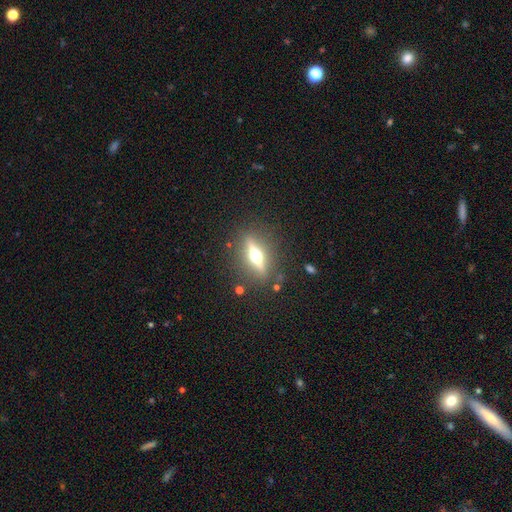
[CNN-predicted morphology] A featured or disk galaxy (73%) viewed edge-on (92%) with a rounded central bulge (95%).

Vote fractions:
- Smooth or featured? featured or disk: 73% / smooth: 19% / star or artifact: 8%
- Edge-on disk? yes: 92% / no: 8%
- Edge-on bulge? rounded: 95% / boxy: 3% / none: 2%
- Merging? none: 86% / minor disturbance: 8% / major disturbance: 4% / merger: 2%